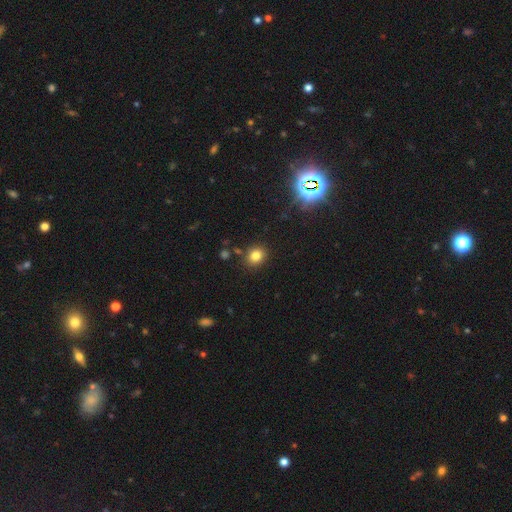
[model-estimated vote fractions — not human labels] Q: Smooth or featured?
A: smooth (79%); runner-up: star or artifact (14%)
Q: How rounded?
A: round (67%); runner-up: in between (32%)
Q: Merging?
A: none (84%); runner-up: minor disturbance (9%)